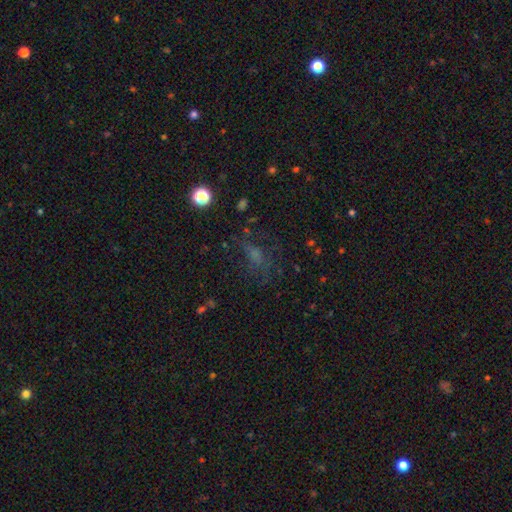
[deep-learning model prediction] Q: Smooth or featured?
A: smooth (42%); runner-up: star or artifact (33%)
Q: Merging?
A: none (53%); runner-up: major disturbance (24%)